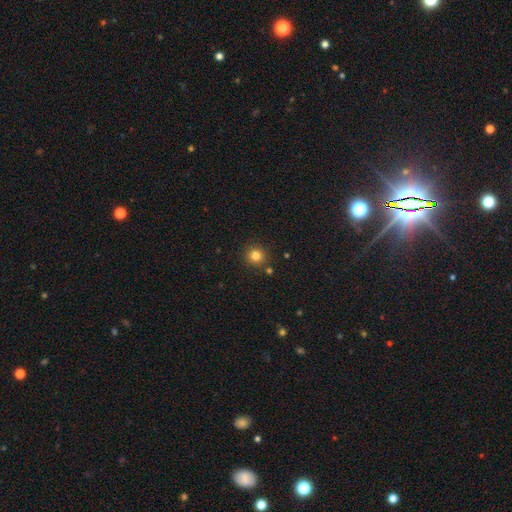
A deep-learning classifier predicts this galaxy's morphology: smooth-or-featured: smooth: 82% | star or artifact: 13% | featured or disk: 5%
  how-rounded: round: 92% | in between: 8% | cigar-shaped: 1%
  merging: none: 86% | minor disturbance: 7% | merger: 4% | major disturbance: 2%